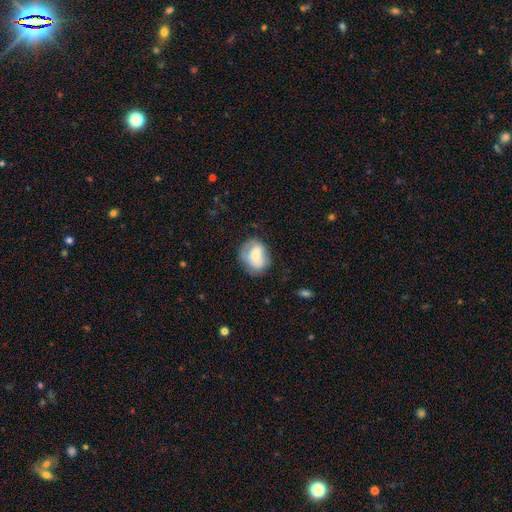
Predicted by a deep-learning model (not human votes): Morphology: type=smooth (59%); roundness=in between (51%); merging=none (63%).